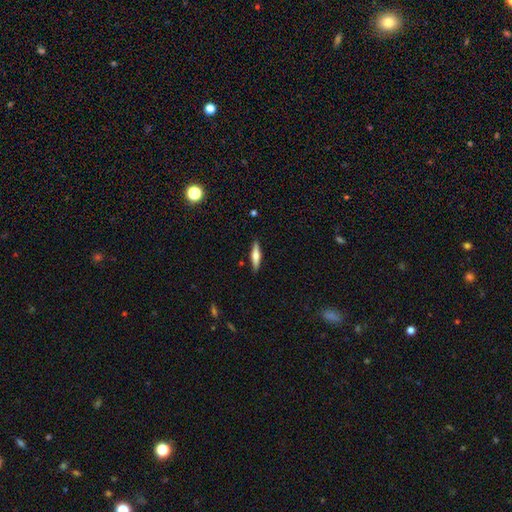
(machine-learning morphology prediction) smooth 51%, featured or disk 43%, star or artifact 6%. Down the decision tree: how rounded — cigar-shaped (75%); merging — none (88%).